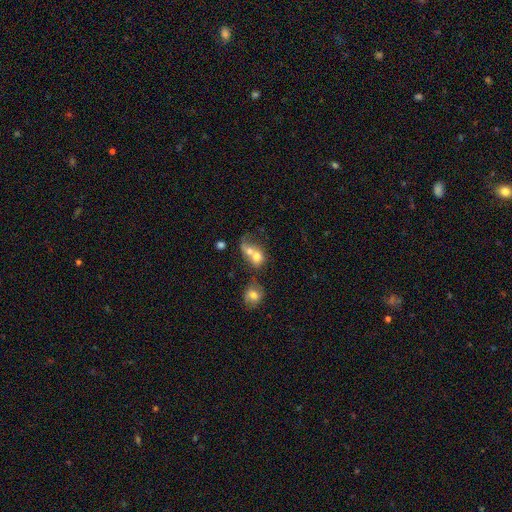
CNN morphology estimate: Smooth or featured? Predicted: smooth (p=0.67). How rounded? Predicted: round (p=0.56). Merging? Predicted: merger (p=0.69).